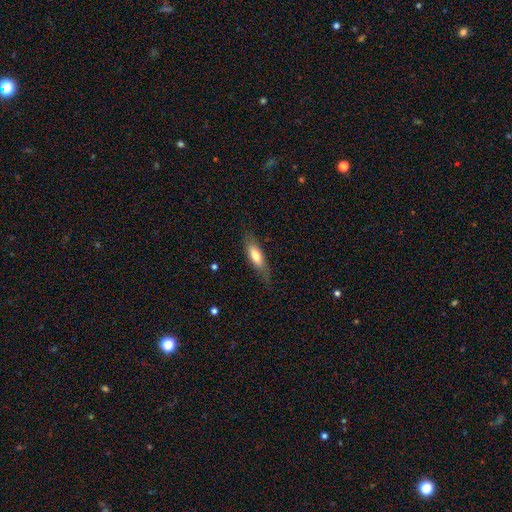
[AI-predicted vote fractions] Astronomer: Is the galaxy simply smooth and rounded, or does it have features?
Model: smooth — 68%.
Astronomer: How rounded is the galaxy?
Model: in between — 56% (runner-up: cigar-shaped, 42%).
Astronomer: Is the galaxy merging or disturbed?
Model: none — 72%.